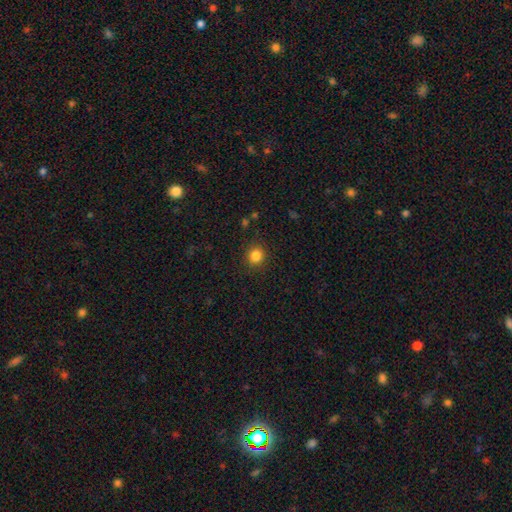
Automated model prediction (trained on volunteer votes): Smooth or featured?
  - smooth: 84% *
  - star or artifact: 12%
  - featured or disk: 4%
How rounded?
  - round: 88% *
  - in between: 11%
  - cigar-shaped: 1%
Merging?
  - none: 89% *
  - minor disturbance: 7%
  - major disturbance: 3%
  - merger: 1%